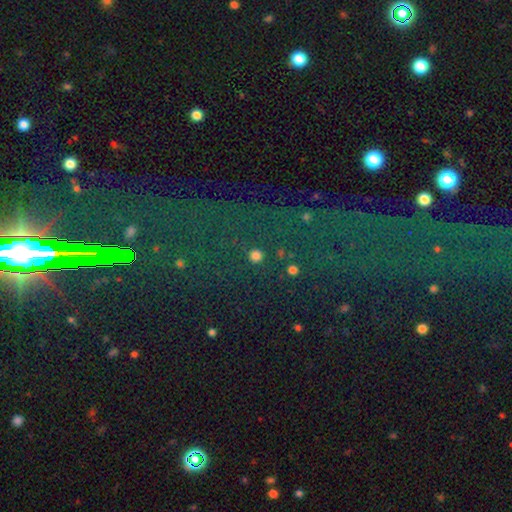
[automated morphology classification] Overall: smooth (71%). How rounded: round (93%). Merging: none (86%).